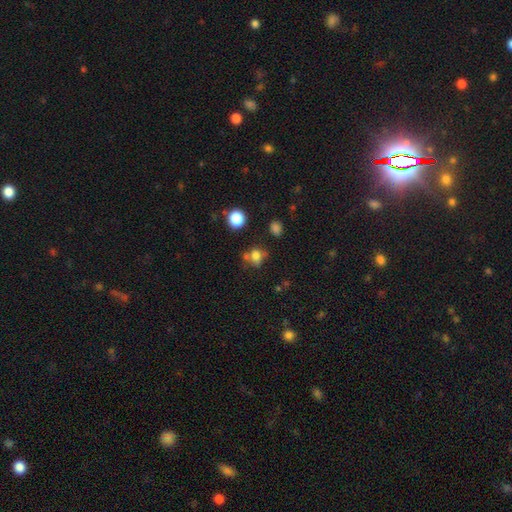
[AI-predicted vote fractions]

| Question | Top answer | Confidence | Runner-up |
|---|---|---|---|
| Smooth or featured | smooth | 70% | star or artifact (16%) |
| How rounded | round | 56% | in between (42%) |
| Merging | none | 54% | minor disturbance (19%) |